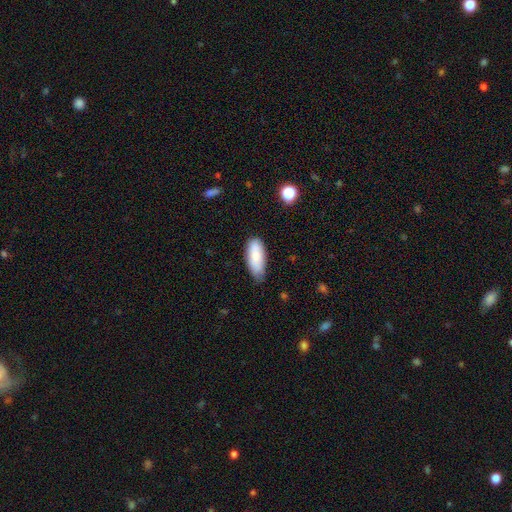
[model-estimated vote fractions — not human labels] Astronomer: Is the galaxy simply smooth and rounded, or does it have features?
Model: smooth — 82%.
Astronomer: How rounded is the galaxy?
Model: in between — 80%.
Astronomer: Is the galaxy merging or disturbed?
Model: none — 68%.